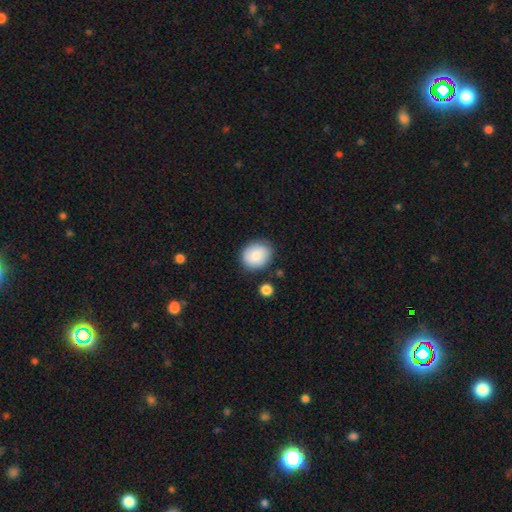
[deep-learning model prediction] smooth 81%, featured or disk 12%, star or artifact 7%. Down the decision tree: how rounded — round (66%); merging — none (80%).